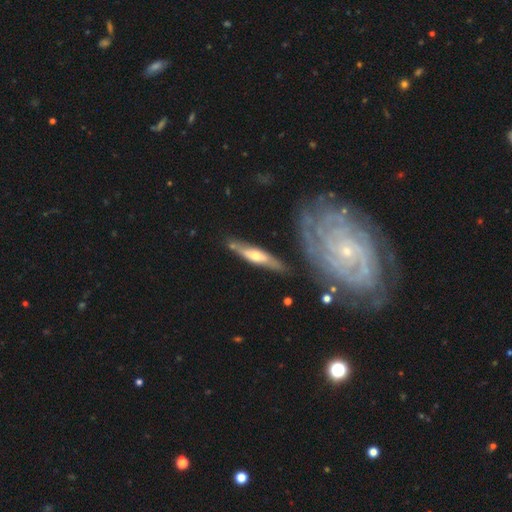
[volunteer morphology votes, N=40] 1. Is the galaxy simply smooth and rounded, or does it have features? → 60% featured or disk, 40% smooth, 0% star or artifact.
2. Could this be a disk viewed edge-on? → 71% yes, 29% no.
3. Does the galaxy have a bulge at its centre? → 76% rounded, 12% boxy, 12% none.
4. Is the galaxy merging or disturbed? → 75% none, 20% minor disturbance, 2% major disturbance, 2% merger.